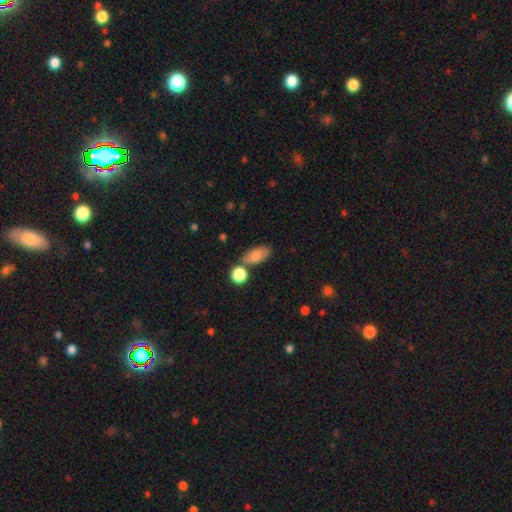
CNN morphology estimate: Smooth or featured? Predicted: smooth (p=0.78). How rounded? Predicted: in between (p=0.86). Merging? Predicted: none (p=0.66).